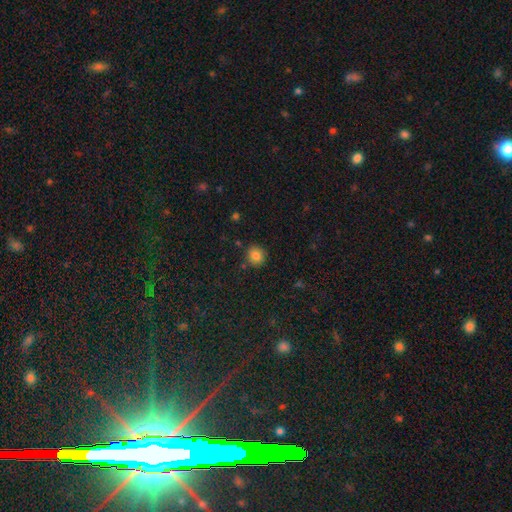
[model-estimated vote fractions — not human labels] Q: Smooth or featured?
A: smooth (82%); runner-up: star or artifact (12%)
Q: How rounded?
A: round (89%); runner-up: in between (10%)
Q: Merging?
A: none (86%); runner-up: minor disturbance (9%)